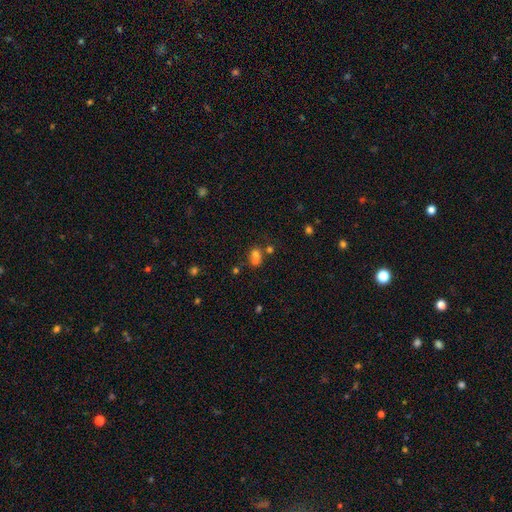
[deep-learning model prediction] Smooth or featured?
  - smooth: 67% *
  - star or artifact: 17%
  - featured or disk: 16%
How rounded?
  - round: 69% *
  - in between: 30%
  - cigar-shaped: 1%
Merging?
  - merger: 58% *
  - none: 31%
  - minor disturbance: 7%
  - major disturbance: 4%